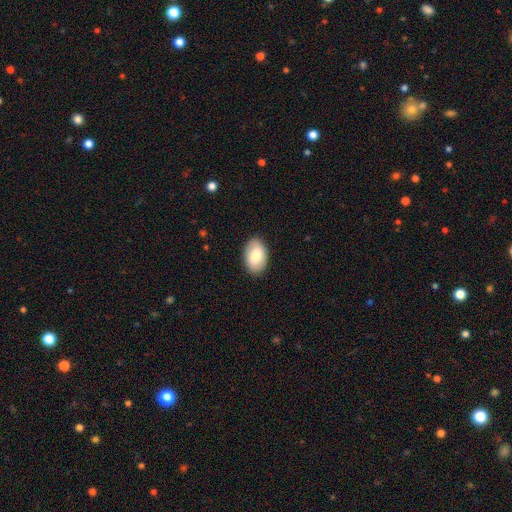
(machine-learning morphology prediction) Smooth or featured? Predicted: smooth (p=0.78). How rounded? Predicted: in between (p=0.91). Merging? Predicted: none (p=0.87).